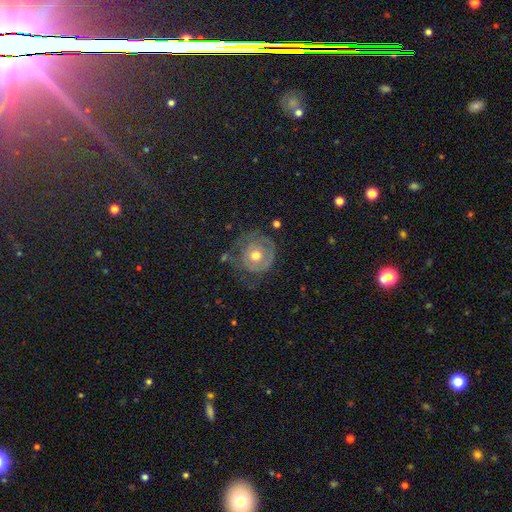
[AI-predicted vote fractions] Q: Smooth or featured?
A: featured or disk (55%); runner-up: smooth (38%)
Q: Edge-on disk?
A: no (96%); runner-up: yes (4%)
Q: Bar?
A: no (87%); runner-up: weak (11%)
Q: Spiral arms?
A: yes (54%); runner-up: no (46%)
Q: Bulge size?
A: moderate (71%); runner-up: small (20%)
Q: Merging?
A: none (52%); runner-up: minor disturbance (25%)